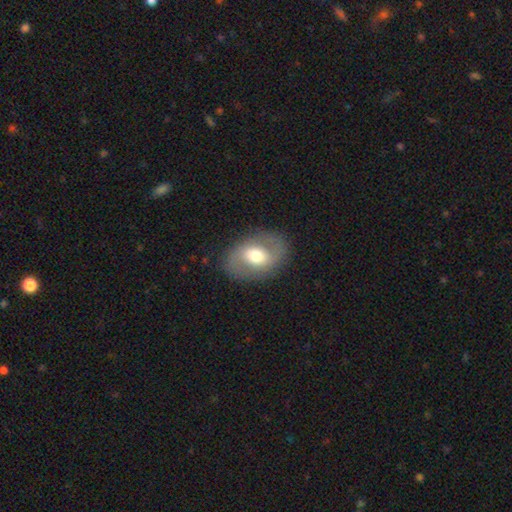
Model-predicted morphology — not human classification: Smooth or featured? featured or disk (50%)
Merging? none (82%)